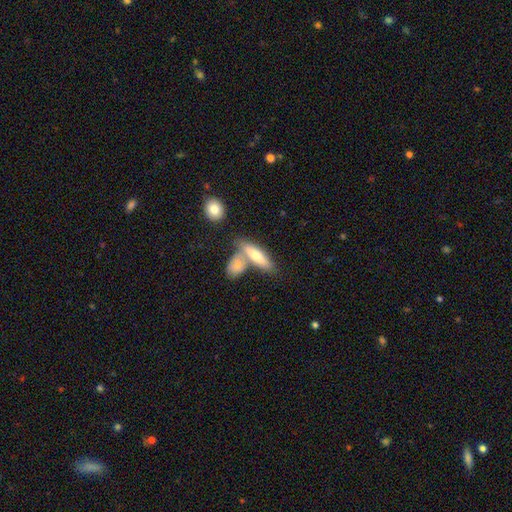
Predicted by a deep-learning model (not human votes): This appears to be a smooth galaxy with no disk features (66%) that is cigar-shaped (53%). Merging: none (45%).